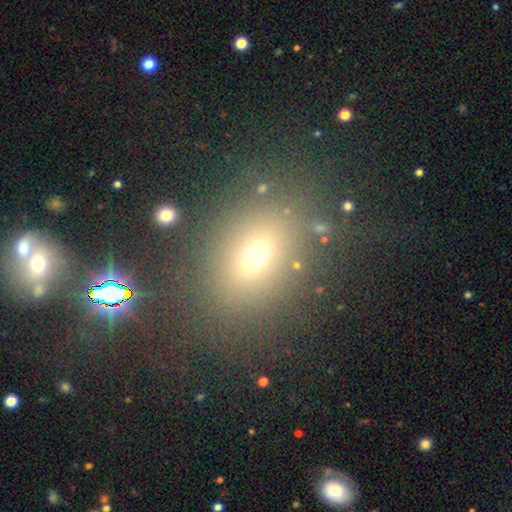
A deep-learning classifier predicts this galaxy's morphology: type=smooth (60%); roundness=in between (61%); merging=none (80%).